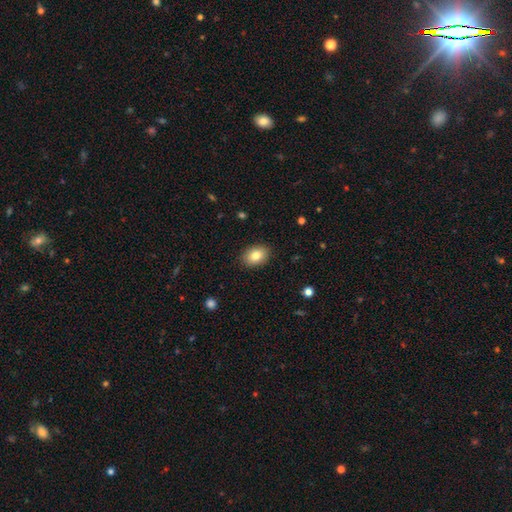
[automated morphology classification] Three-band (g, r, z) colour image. It shows a smooth galaxy with no disk features (82%) that is in between round and cigar-shaped (77%). Merging: none (89%).